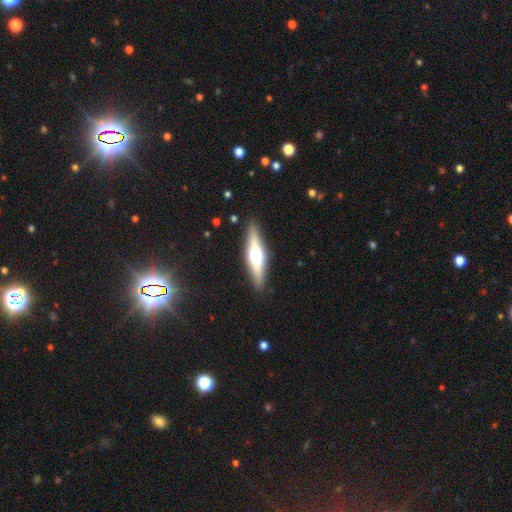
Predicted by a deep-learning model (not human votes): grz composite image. It shows a featured or disk galaxy (58%) viewed edge-on (93%) with a rounded central bulge (93%). Merging: none (89%).